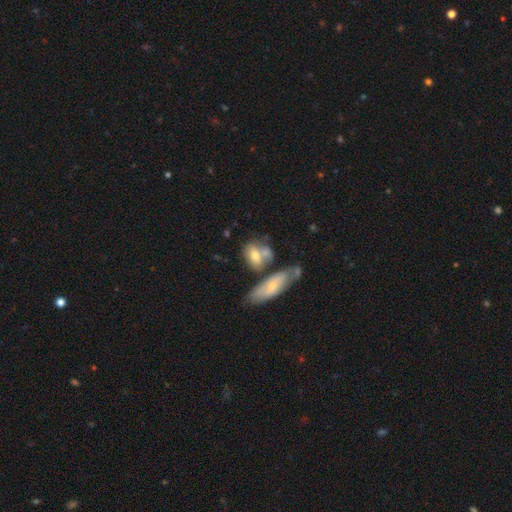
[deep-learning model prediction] Smooth or featured? smooth (61%)
How rounded? in between (64%)
Merging? merger (43%)